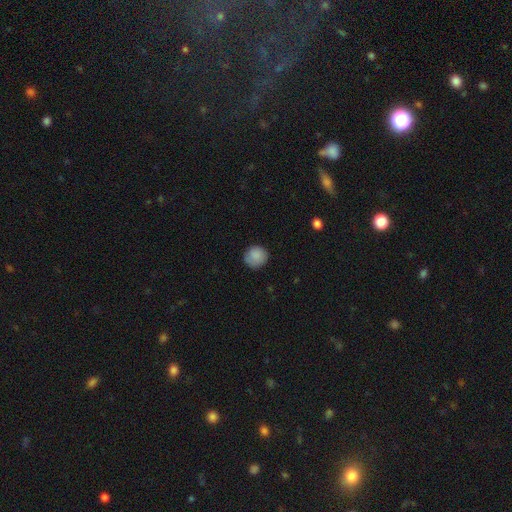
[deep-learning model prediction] Overall: smooth (87%). How rounded: round (88%). Merging: none (81%).